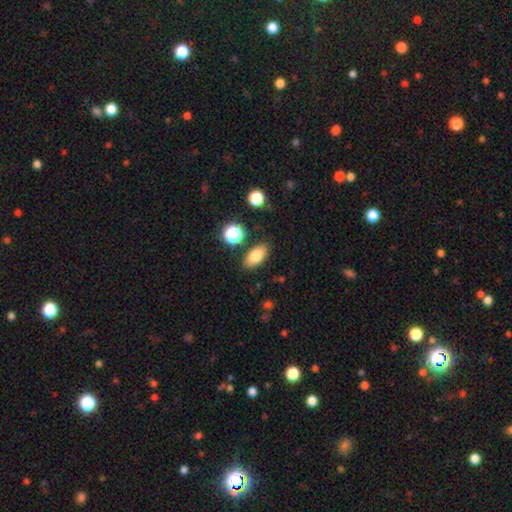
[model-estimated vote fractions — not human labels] This appears to be a smooth galaxy with no disk features (80%) that is in between round and cigar-shaped (87%). Merging: none (84%).